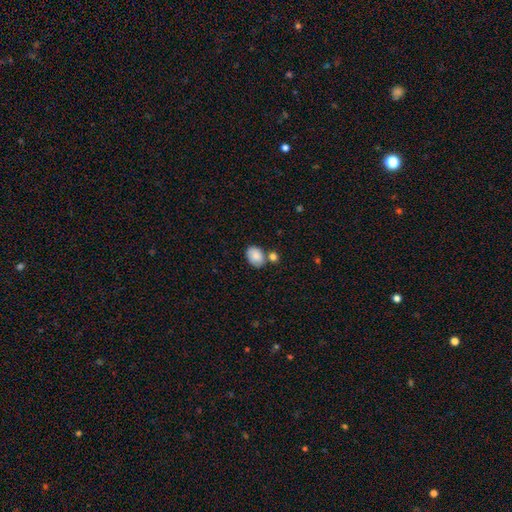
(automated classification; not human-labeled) smooth_or_featured: smooth (p=0.85) [alt: featured or disk p=0.08]
how_rounded: in between (p=0.76) [alt: round p=0.23]
merging: none (p=0.57) [alt: merger p=0.21]